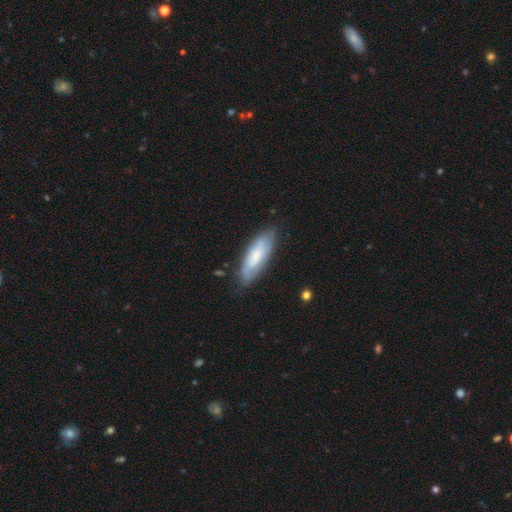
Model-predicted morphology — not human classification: smooth_or_featured: smooth (p=0.53) [alt: featured or disk p=0.40]
how_rounded: in between (p=0.51) [alt: cigar-shaped p=0.48]
merging: none (p=0.76) [alt: minor disturbance p=0.18]